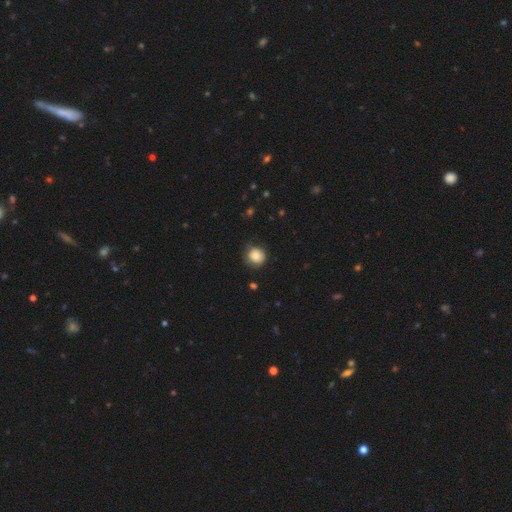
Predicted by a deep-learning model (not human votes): Smooth or featured?
  - smooth: 84% *
  - star or artifact: 8%
  - featured or disk: 8%
How rounded?
  - round: 83% *
  - in between: 16%
  - cigar-shaped: 1%
Merging?
  - none: 69% *
  - minor disturbance: 23%
  - major disturbance: 6%
  - merger: 1%